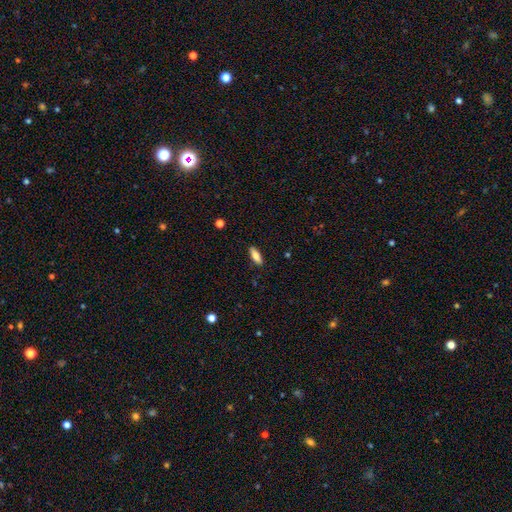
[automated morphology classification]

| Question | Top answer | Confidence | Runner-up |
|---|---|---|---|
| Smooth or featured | smooth | 73% | featured or disk (20%) |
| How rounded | in between | 61% | cigar-shaped (36%) |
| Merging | none | 89% | minor disturbance (8%) |